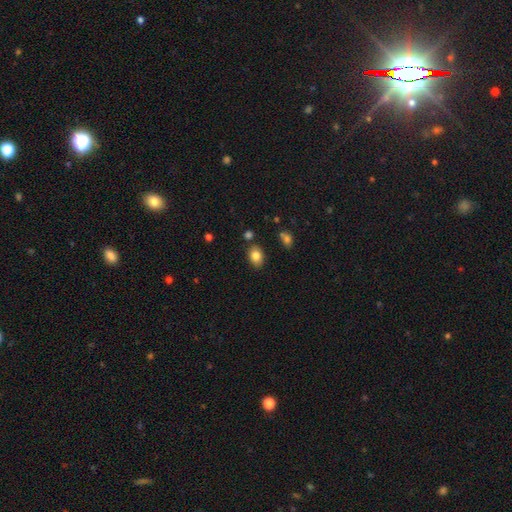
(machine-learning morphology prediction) smooth_or_featured: smooth (p=0.83) [alt: star or artifact p=0.09]
how_rounded: in between (p=0.75) [alt: round p=0.24]
merging: none (p=0.81) [alt: minor disturbance p=0.12]